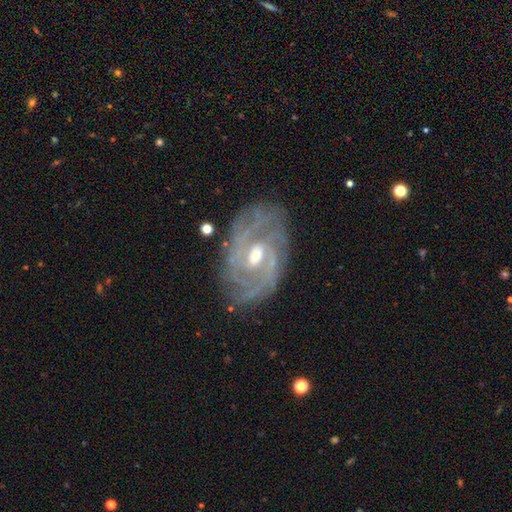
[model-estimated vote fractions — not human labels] Q: Smooth or featured?
A: featured or disk (90%); runner-up: smooth (6%)
Q: Edge-on disk?
A: no (96%); runner-up: yes (4%)
Q: Bar?
A: weak (52%); runner-up: no (29%)
Q: Spiral arms?
A: yes (96%); runner-up: no (4%)
Q: Spiral winding?
A: tight (64%); runner-up: medium (31%)
Q: Spiral arm count?
A: 2 (30%); runner-up: can't tell (25%)
Q: Bulge size?
A: moderate (67%); runner-up: small (22%)
Q: Merging?
A: none (77%); runner-up: minor disturbance (16%)